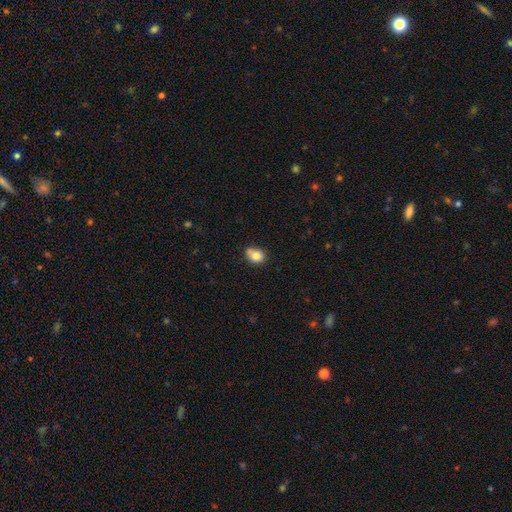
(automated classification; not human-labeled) Overall: smooth (81%). How rounded: in between (51%; round 48%). Merging: none (54%; minor disturbance 26%).